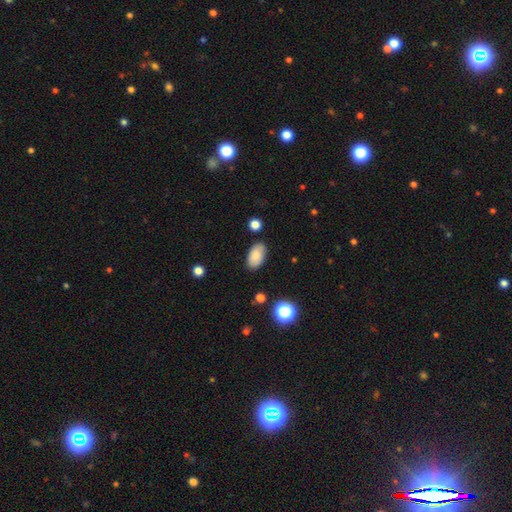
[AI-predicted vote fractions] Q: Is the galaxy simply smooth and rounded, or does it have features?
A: smooth — 83%.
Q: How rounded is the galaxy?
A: in between — 94%.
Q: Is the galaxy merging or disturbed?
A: none — 85%.